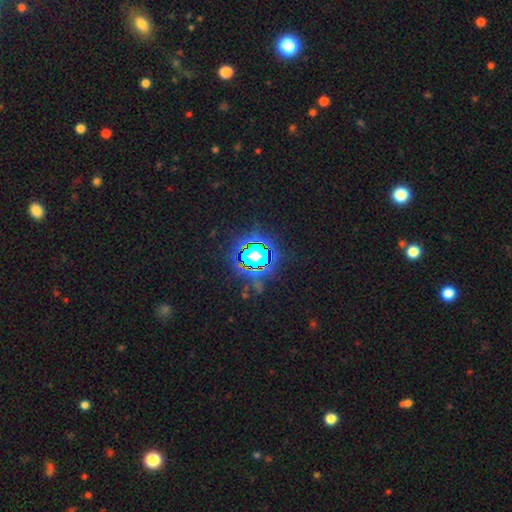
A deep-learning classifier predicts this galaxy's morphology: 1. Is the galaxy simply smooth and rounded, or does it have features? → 82% star or artifact, 11% smooth, 7% featured or disk.